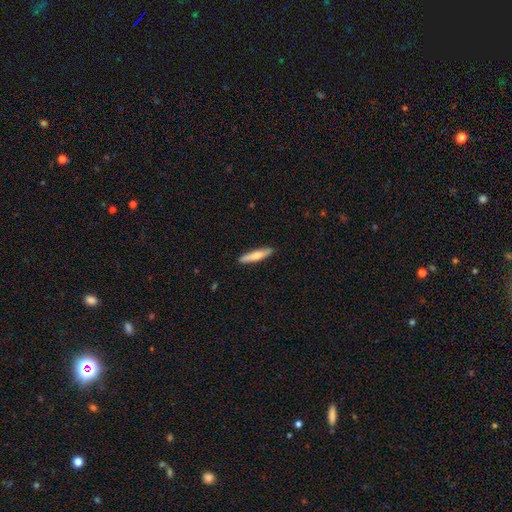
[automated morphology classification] Overall: smooth (66%; featured or disk 29%). How rounded: cigar-shaped (85%). Merging: none (90%).